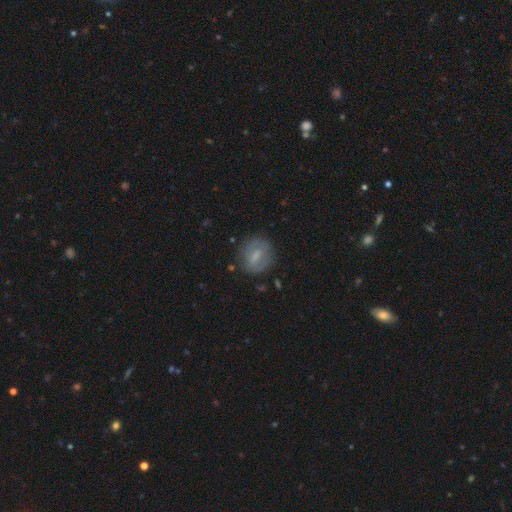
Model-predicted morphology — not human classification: Smooth or featured: smooth — 48% (featured or disk — 43%)
Merging: none — 76% (minor disturbance — 16%)